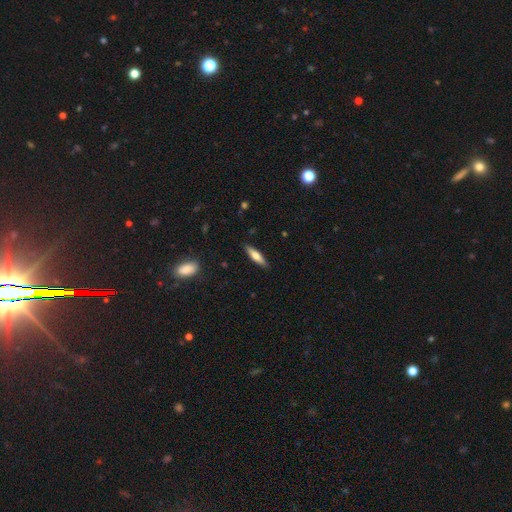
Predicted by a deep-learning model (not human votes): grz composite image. It shows a smooth galaxy with no disk features (57%) that is cigar-shaped (73%). Merging: none (88%).